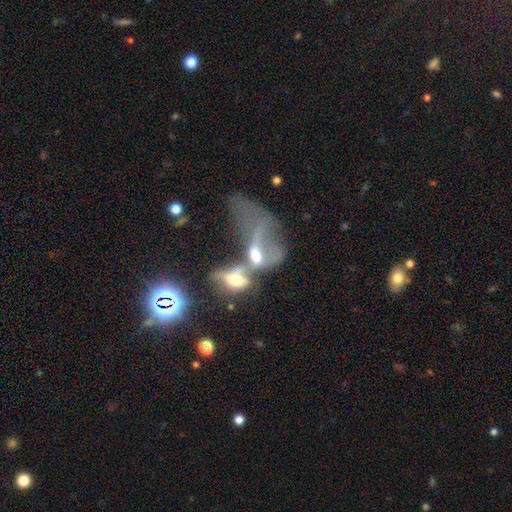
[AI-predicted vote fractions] Q: Smooth or featured?
A: featured or disk (53%); runner-up: smooth (34%)
Q: Edge-on disk?
A: no (81%); runner-up: yes (19%)
Q: Merging?
A: merger (77%); runner-up: major disturbance (15%)